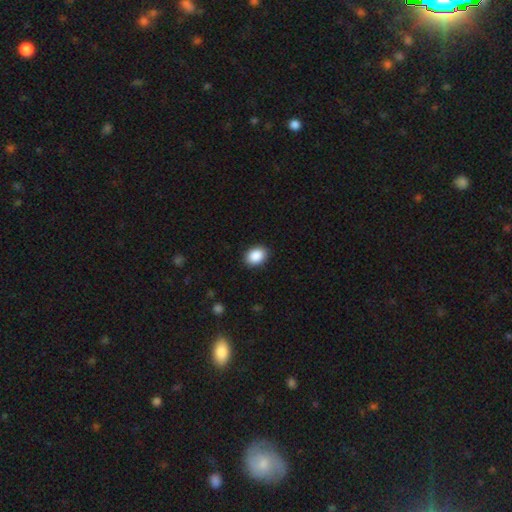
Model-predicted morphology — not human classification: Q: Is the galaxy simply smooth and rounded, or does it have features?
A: smooth — 89%.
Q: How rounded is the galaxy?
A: in between — 68%.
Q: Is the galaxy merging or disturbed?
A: none — 90%.